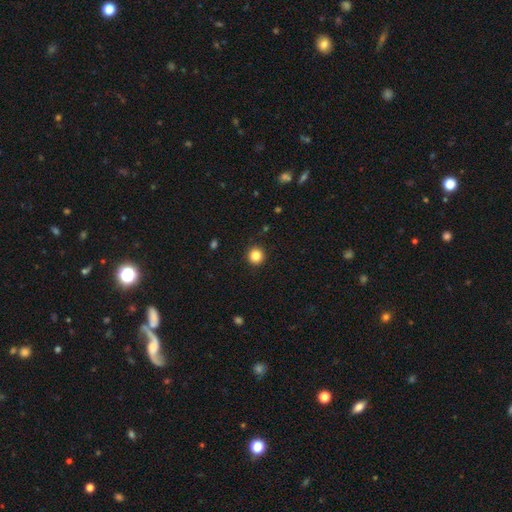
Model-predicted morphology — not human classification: This is clearly a smooth galaxy (84%). How rounded: clearly round (95%). Merging: clearly none (92%).